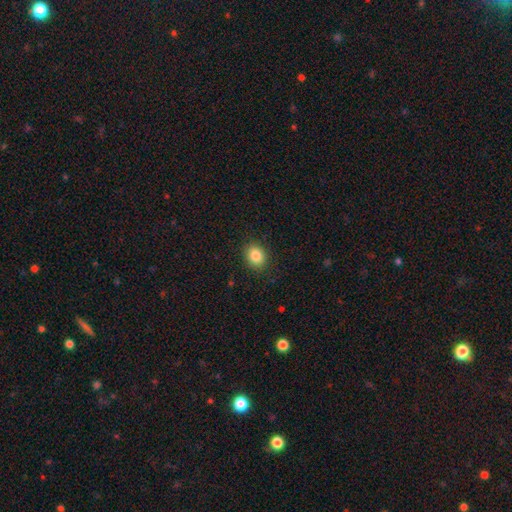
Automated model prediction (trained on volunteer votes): A smooth galaxy with no disk features (85%) that is round (55%).

Vote fractions:
- Smooth or featured? smooth: 85% / star or artifact: 10% / featured or disk: 5%
- How rounded? round: 55% / in between: 44% / cigar-shaped: 1%
- Merging? none: 89% / minor disturbance: 8% / major disturbance: 2% / merger: 1%